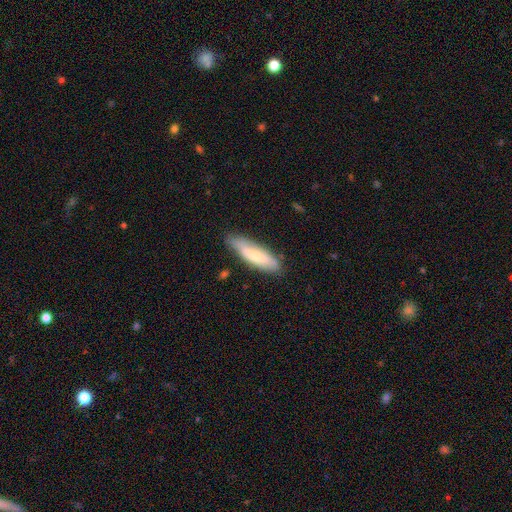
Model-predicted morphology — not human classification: Overall: smooth (64%; featured or disk 31%). How rounded: cigar-shaped (59%; in between 40%). Merging: none (76%).